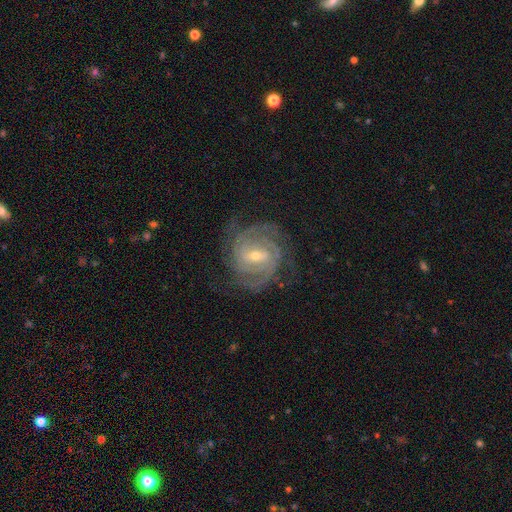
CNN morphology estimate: featured or disk 91%, star or artifact 5%, smooth 4%. Down the decision tree: edge-on disk — no (97%); bar — weak (50%); spiral arms — yes (98%); spiral arm count — 3 (27%); spiral winding — tight (69%); bulge size — small (57%); merging — none (76%).